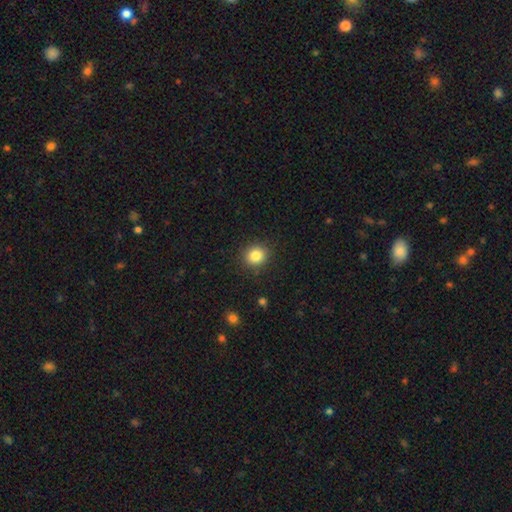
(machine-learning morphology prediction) Smooth or featured? Predicted: smooth (p=0.84). How rounded? Predicted: round (p=0.80). Merging? Predicted: none (p=0.89).